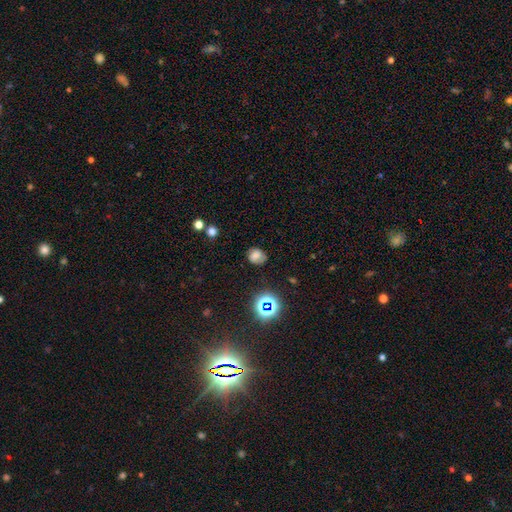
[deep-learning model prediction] Smooth or featured?
  - smooth: 66% *
  - star or artifact: 19%
  - featured or disk: 15%
How rounded?
  - round: 62% *
  - in between: 37%
  - cigar-shaped: 1%
Merging?
  - none: 66% *
  - minor disturbance: 23%
  - major disturbance: 8%
  - merger: 2%